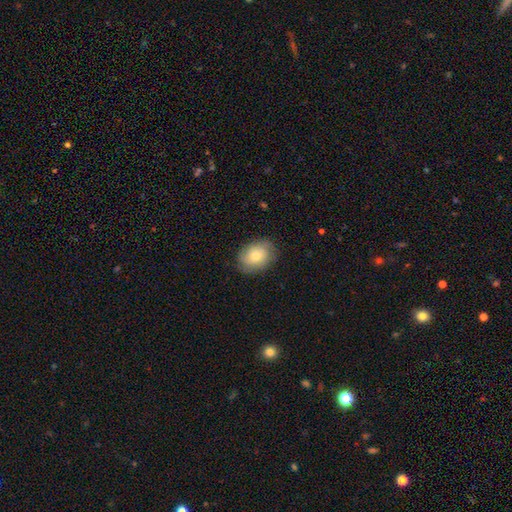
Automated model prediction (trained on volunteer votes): Overall: smooth (53%; featured or disk 39%). How rounded: in between (62%; round 37%). Merging: none (80%).